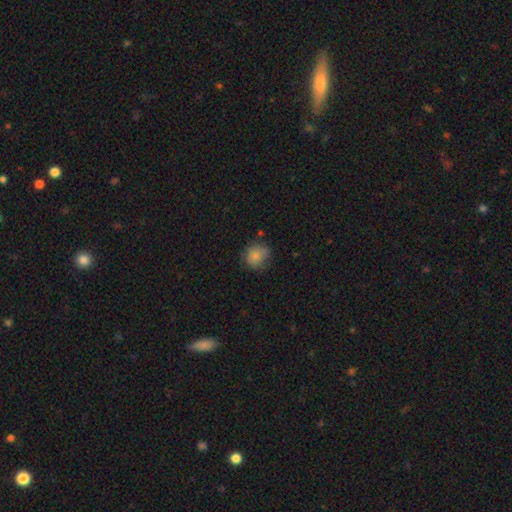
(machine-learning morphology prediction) Overall: smooth (82%). How rounded: round (82%). Merging: none (68%).